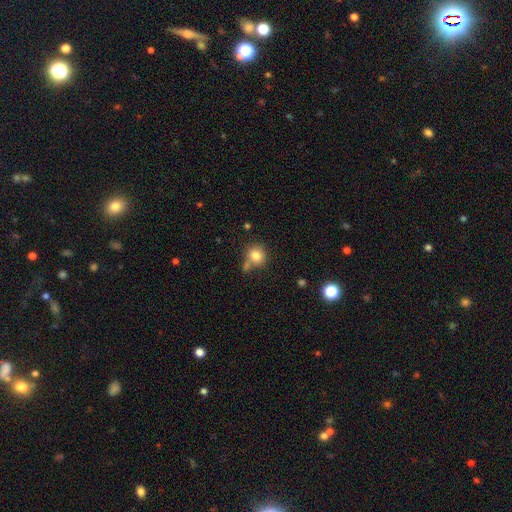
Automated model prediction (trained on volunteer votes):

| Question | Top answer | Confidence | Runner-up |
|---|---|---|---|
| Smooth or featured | smooth | 80% | star or artifact (11%) |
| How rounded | round | 82% | in between (17%) |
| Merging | none | 56% | minor disturbance (18%) |